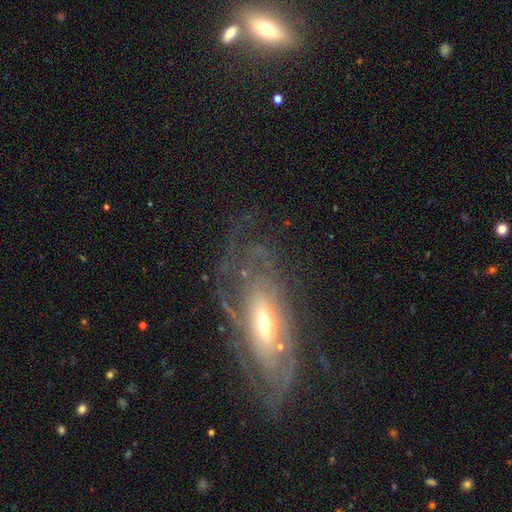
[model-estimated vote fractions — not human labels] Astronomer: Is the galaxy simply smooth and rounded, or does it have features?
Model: featured or disk — 82%.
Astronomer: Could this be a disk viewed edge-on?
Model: no — 82%.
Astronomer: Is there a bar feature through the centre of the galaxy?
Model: no — 55% (runner-up: weak, 31%).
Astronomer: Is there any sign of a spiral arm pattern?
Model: yes — 84%.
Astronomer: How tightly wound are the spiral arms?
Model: tight — 70%.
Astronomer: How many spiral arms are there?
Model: can't tell — 59%.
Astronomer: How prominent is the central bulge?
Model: moderate — 58% (runner-up: small, 34%).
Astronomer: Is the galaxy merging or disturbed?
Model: none — 68%.